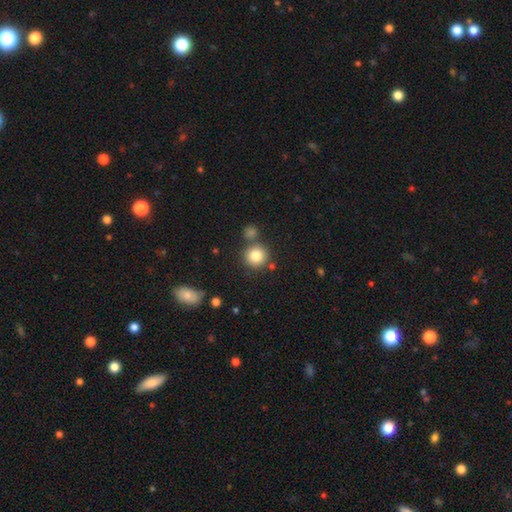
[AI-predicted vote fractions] Q: Smooth or featured?
A: smooth (82%); runner-up: star or artifact (10%)
Q: How rounded?
A: round (91%); runner-up: in between (8%)
Q: Merging?
A: none (75%); runner-up: merger (13%)